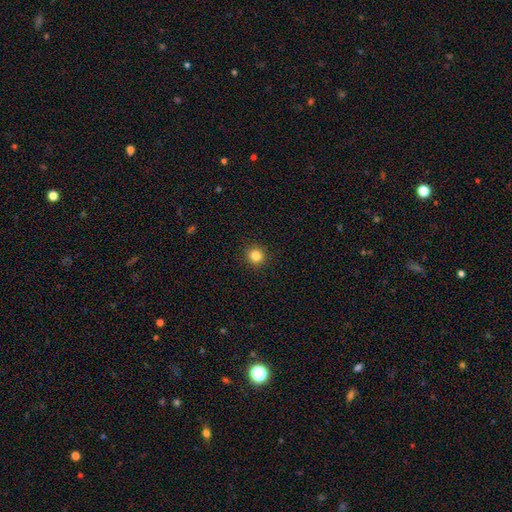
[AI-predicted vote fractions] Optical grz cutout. It shows a smooth galaxy with no disk features (83%) that is round (94%). Merging: none (92%).